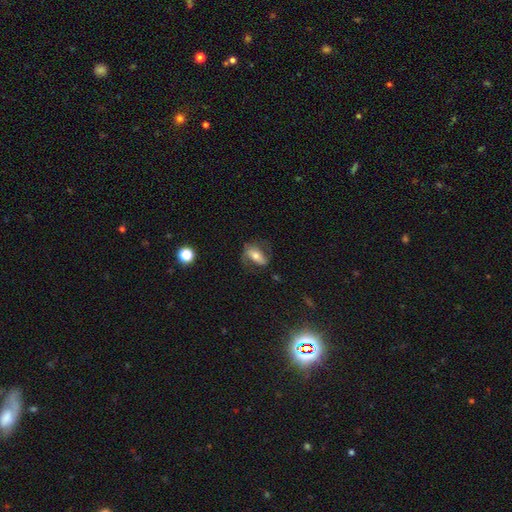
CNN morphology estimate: This appears to be a featured or disk galaxy (53%). Merging: none (64%).